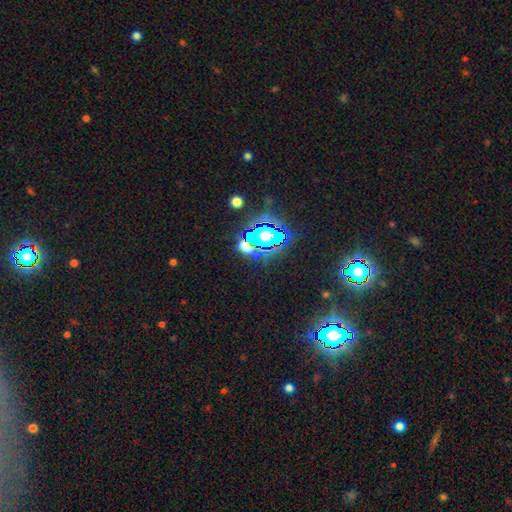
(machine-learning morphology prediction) A star or artifact, not a galaxy (83%).